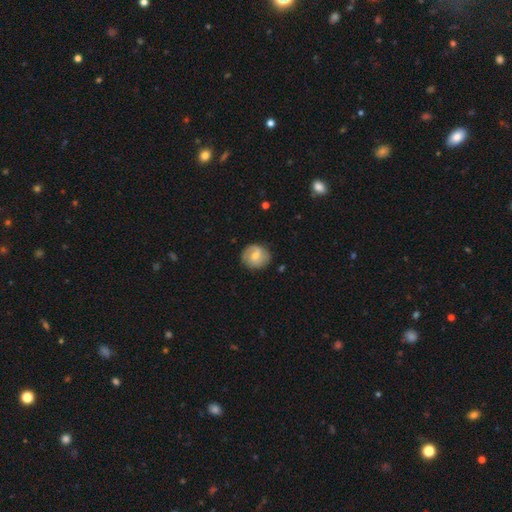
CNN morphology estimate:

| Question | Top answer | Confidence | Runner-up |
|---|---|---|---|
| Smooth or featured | featured or disk | 50% | smooth (43%) |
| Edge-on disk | no | 97% | yes (3%) |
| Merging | none | 78% | minor disturbance (16%) |